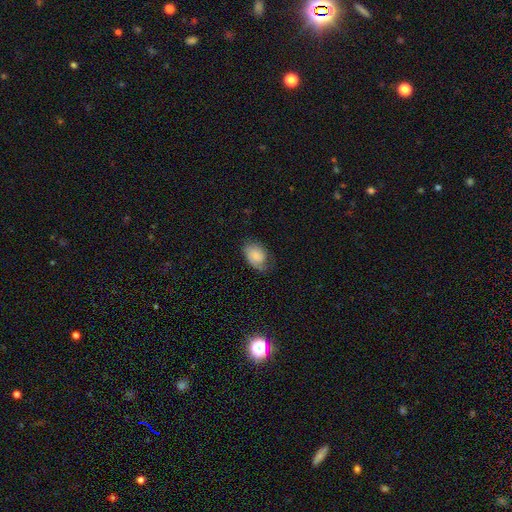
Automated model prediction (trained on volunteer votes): A smooth galaxy with no disk features (58%) that is in between round and cigar-shaped (83%).

Vote fractions:
- Smooth or featured? smooth: 58% / featured or disk: 34% / star or artifact: 8%
- How rounded? in between: 83% / round: 16% / cigar-shaped: 1%
- Merging? none: 58% / minor disturbance: 28% / major disturbance: 13% / merger: 1%